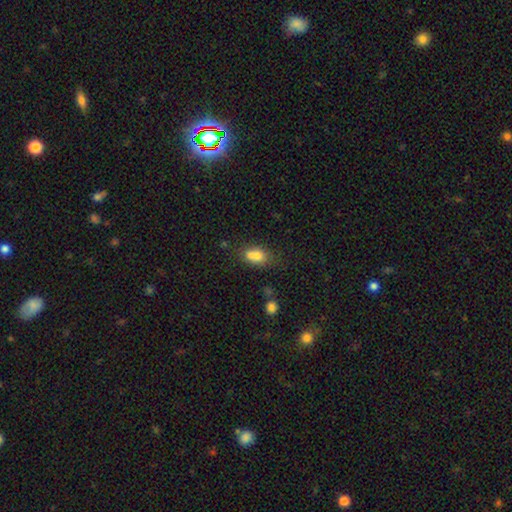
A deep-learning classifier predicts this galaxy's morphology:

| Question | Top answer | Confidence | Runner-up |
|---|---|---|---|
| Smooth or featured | smooth | 73% | featured or disk (15%) |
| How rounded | in between | 67% | round (30%) |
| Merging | merger | 45% | none (36%) |